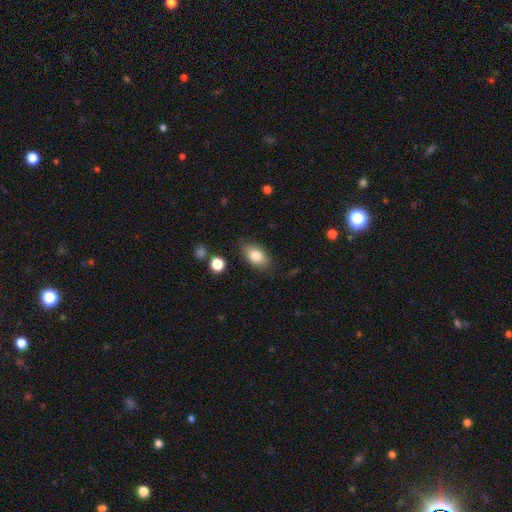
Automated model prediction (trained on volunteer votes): smooth_or_featured: smooth (p=0.81) [alt: featured or disk p=0.12]
how_rounded: in between (p=0.90) [alt: round p=0.08]
merging: none (p=0.84) [alt: minor disturbance p=0.12]